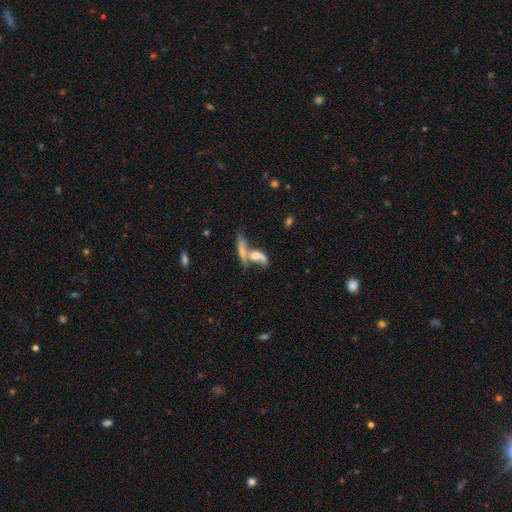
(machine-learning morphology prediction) This appears to be a featured or disk galaxy (47%). Merging: merger (60%).